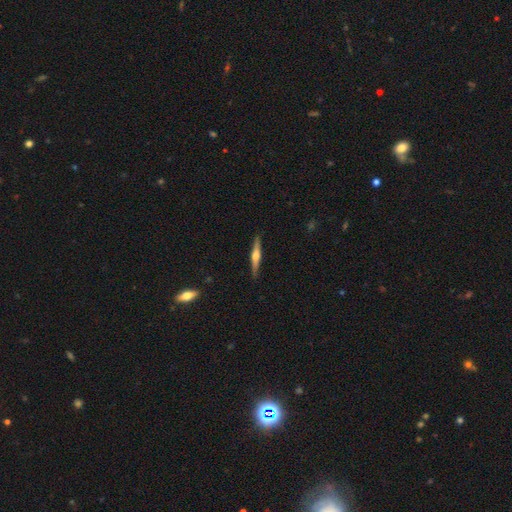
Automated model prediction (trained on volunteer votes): Overall: featured or disk (68%). Edge-on disk: yes (98%). Edge-on bulge: rounded (91%). Merging: none (90%).